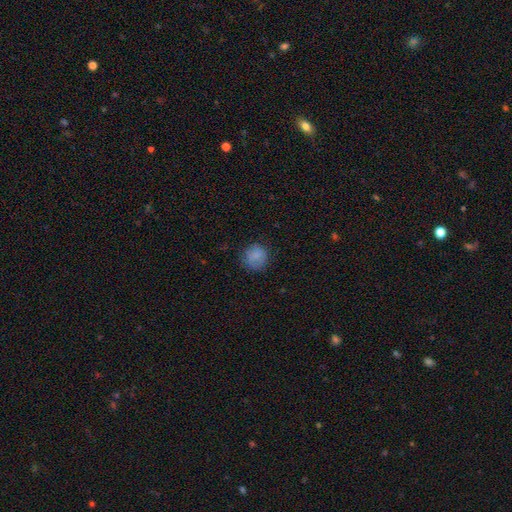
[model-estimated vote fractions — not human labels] smooth 82%, star or artifact 10%, featured or disk 7%. Down the decision tree: how rounded — round (85%); merging — none (74%).